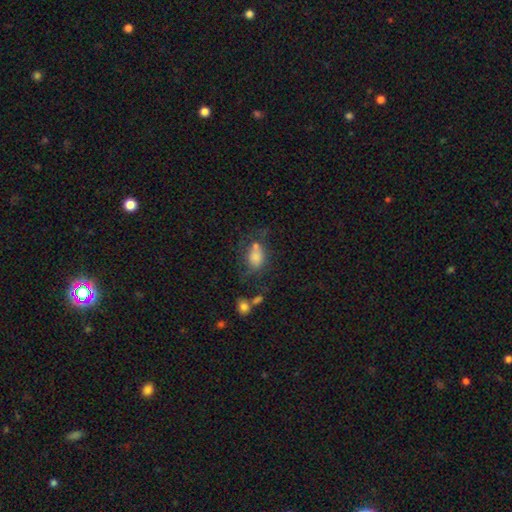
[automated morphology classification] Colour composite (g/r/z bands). It shows a smooth galaxy with no disk features (75%) that is in between round and cigar-shaped (72%). Merging: none (39%).